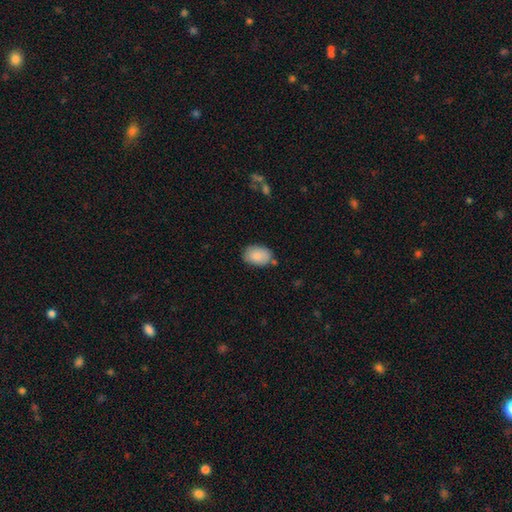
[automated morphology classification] Smooth or featured? smooth (88%)
How rounded? in between (86%)
Merging? none (75%)